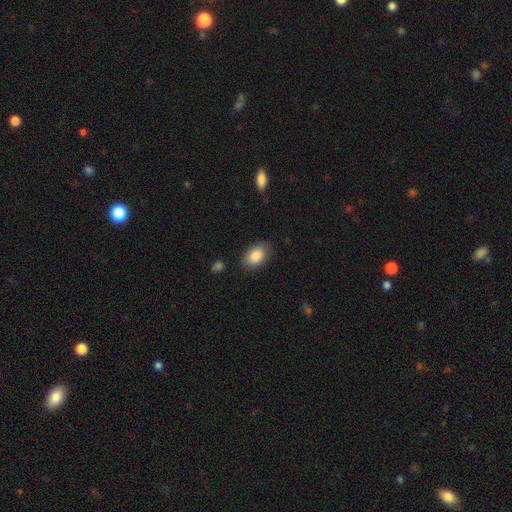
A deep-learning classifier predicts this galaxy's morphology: Smooth or featured: smooth — 86% (featured or disk — 7%)
How rounded: in between — 90% (round — 8%)
Merging: none — 83% (minor disturbance — 12%)